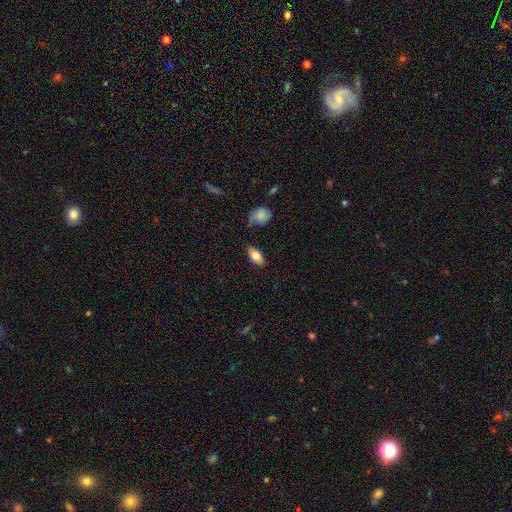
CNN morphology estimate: A smooth galaxy with no disk features (79%) that is in between round and cigar-shaped (91%). Merging: none (79%).